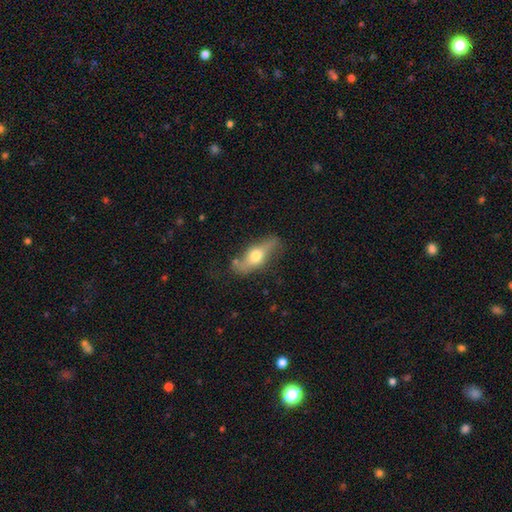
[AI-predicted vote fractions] Q: Smooth or featured?
A: featured or disk (53%); runner-up: smooth (41%)
Q: Edge-on disk?
A: yes (56%); runner-up: no (44%)
Q: Merging?
A: none (68%); runner-up: minor disturbance (22%)